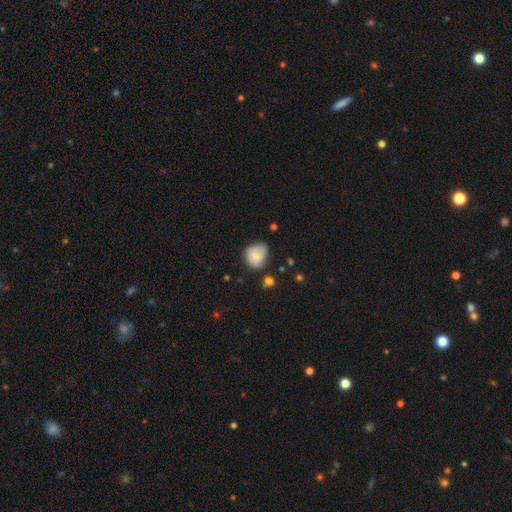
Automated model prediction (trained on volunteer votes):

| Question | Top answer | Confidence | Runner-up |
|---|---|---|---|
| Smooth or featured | smooth | 74% | featured or disk (18%) |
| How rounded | round | 70% | in between (29%) |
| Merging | none | 52% | minor disturbance (35%) |